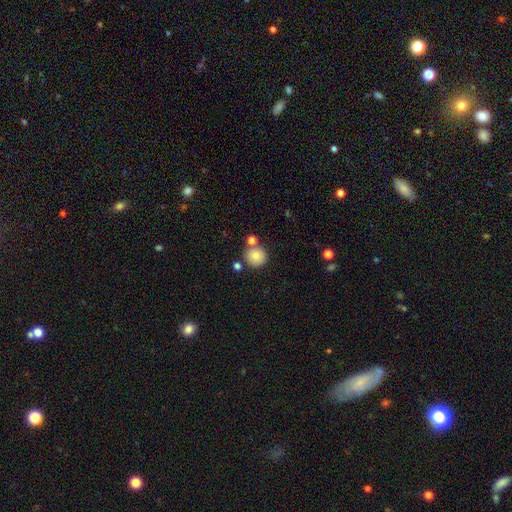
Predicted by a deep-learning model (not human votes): Smooth or featured? Predicted: smooth (p=0.78). How rounded? Predicted: round (p=0.93). Merging? Predicted: none (p=0.73).